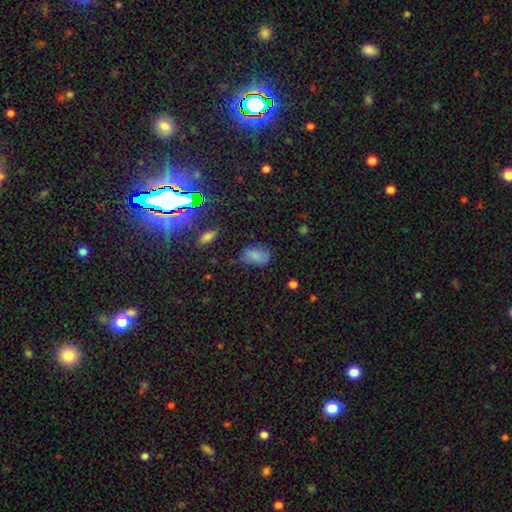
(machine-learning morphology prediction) smooth_or_featured: smooth (p=0.78) [alt: star or artifact p=0.12]
how_rounded: in between (p=0.88) [alt: round p=0.10]
merging: none (p=0.62) [alt: minor disturbance p=0.27]